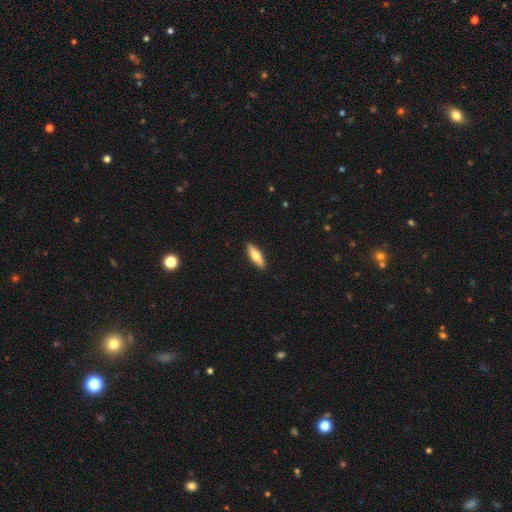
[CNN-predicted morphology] A smooth galaxy with no disk features (66%) that is cigar-shaped (55%). Merging: none (90%).